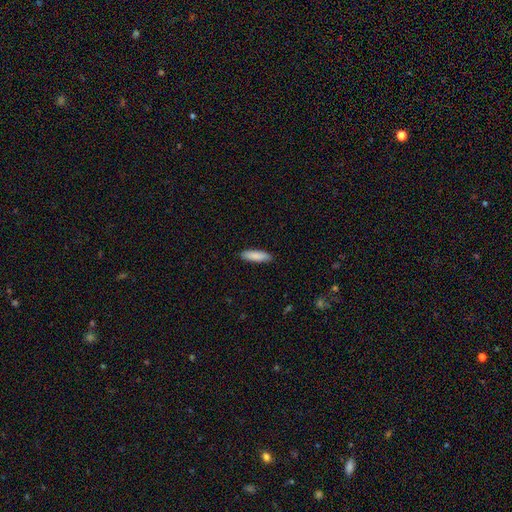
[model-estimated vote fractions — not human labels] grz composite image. It shows a smooth galaxy with no disk features (88%) that is cigar-shaped (63%). Merging: none (90%).